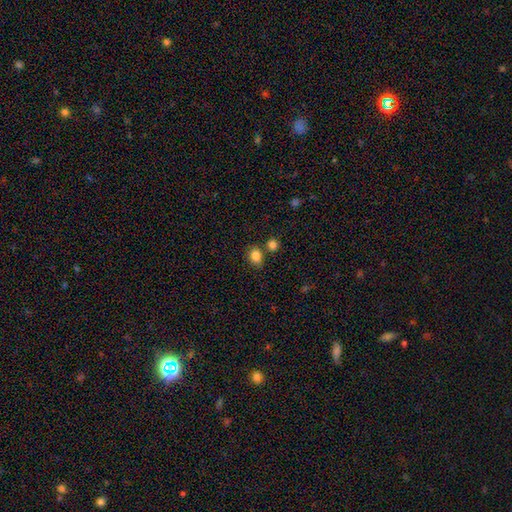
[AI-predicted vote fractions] Smooth or featured?
  - smooth: 85% *
  - star or artifact: 10%
  - featured or disk: 5%
How rounded?
  - in between: 56% *
  - round: 42%
  - cigar-shaped: 1%
Merging?
  - none: 69% *
  - merger: 15%
  - minor disturbance: 13%
  - major disturbance: 3%